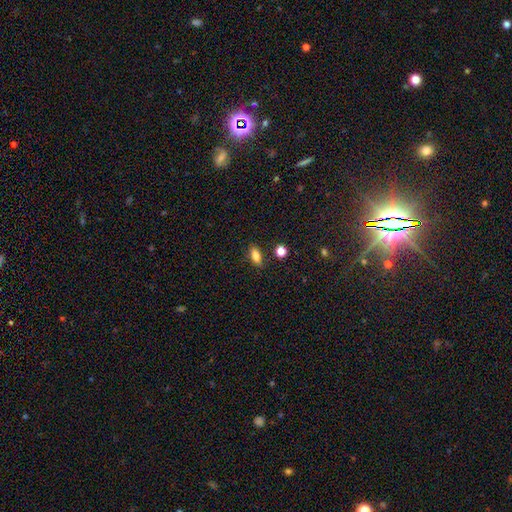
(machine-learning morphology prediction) This appears to be a smooth galaxy with no disk features (82%) that is in between round and cigar-shaped (83%). Merging: none (84%).